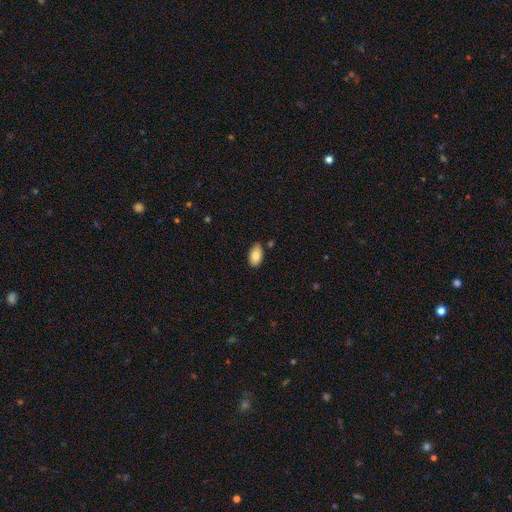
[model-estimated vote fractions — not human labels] Smooth or featured?
  - smooth: 83% *
  - featured or disk: 10%
  - star or artifact: 7%
How rounded?
  - in between: 93% *
  - round: 5%
  - cigar-shaped: 2%
Merging?
  - none: 77% *
  - minor disturbance: 18%
  - merger: 3%
  - major disturbance: 3%